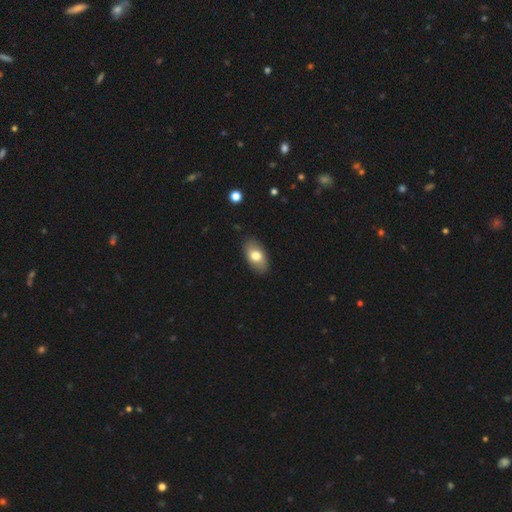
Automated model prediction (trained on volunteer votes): smooth 73%, featured or disk 20%, star or artifact 6%. Down the decision tree: how rounded — in between (93%); merging — none (87%).